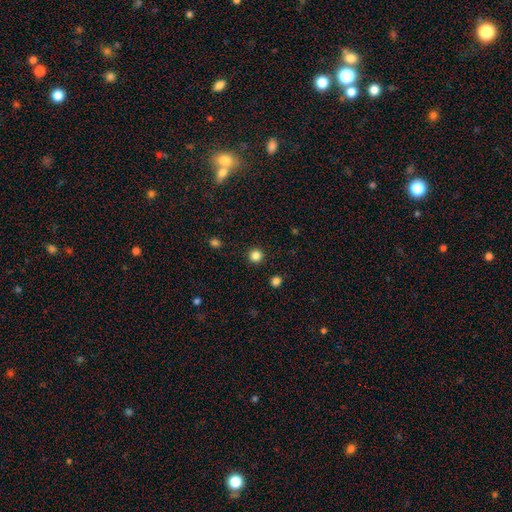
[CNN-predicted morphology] Smooth or featured? smooth (84%)
How rounded? round (96%)
Merging? none (93%)